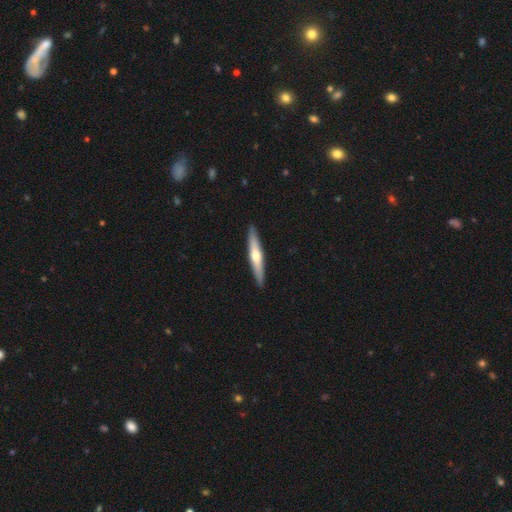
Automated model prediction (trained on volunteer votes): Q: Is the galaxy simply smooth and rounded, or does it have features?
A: featured or disk — 51%.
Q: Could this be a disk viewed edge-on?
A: yes — 94%.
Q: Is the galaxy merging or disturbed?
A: none — 91%.